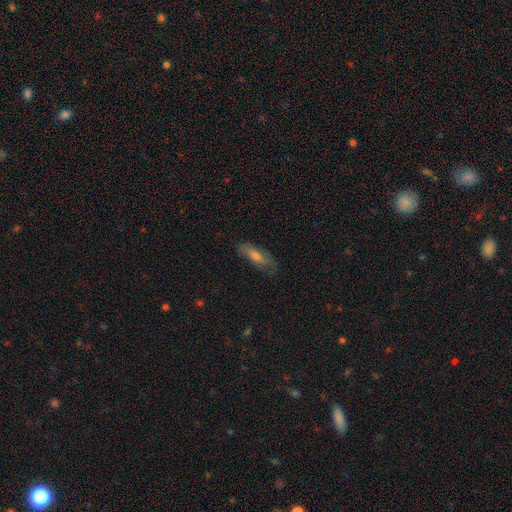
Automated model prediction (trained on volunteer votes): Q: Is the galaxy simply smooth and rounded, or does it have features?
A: smooth — 56%.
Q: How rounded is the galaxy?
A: in between — 50%.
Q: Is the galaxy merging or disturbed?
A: none — 75%.